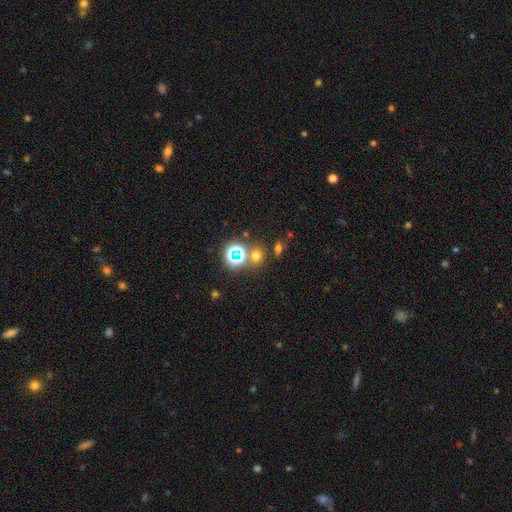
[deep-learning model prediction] Smooth or featured?
  - smooth: 55% *
  - star or artifact: 38%
  - featured or disk: 8%
How rounded?
  - round: 69% *
  - in between: 30%
  - cigar-shaped: 1%
Merging?
  - none: 73% *
  - merger: 15%
  - minor disturbance: 9%
  - major disturbance: 4%